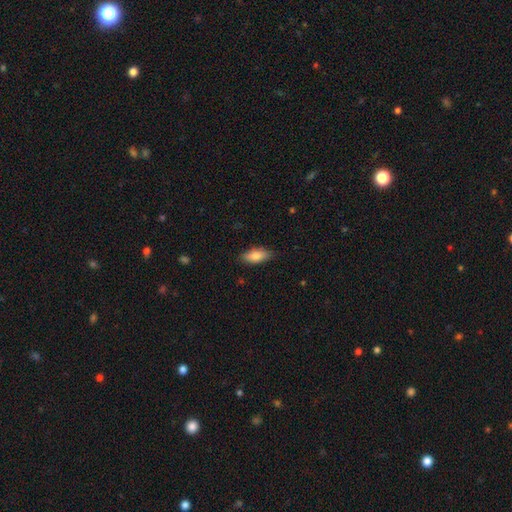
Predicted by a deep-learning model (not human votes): Q: Smooth or featured?
A: smooth (81%); runner-up: featured or disk (12%)
Q: How rounded?
A: in between (78%); runner-up: cigar-shaped (20%)
Q: Merging?
A: none (84%); runner-up: minor disturbance (13%)